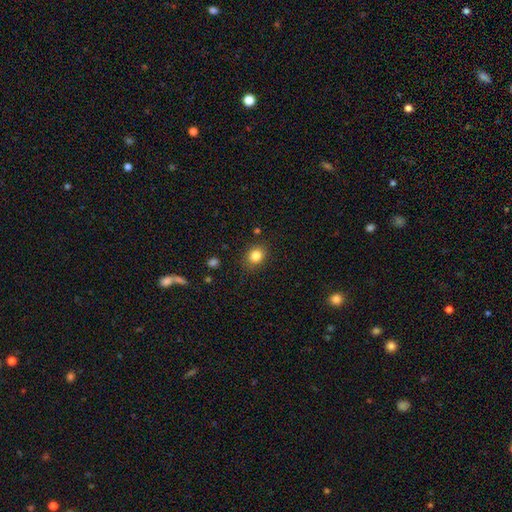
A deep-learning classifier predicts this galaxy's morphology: The model was most divided on "how rounded": round: 63%, in between: 36%, cigar-shaped: 1%. More confident: merging — none (84%); smooth or featured — smooth (83%).